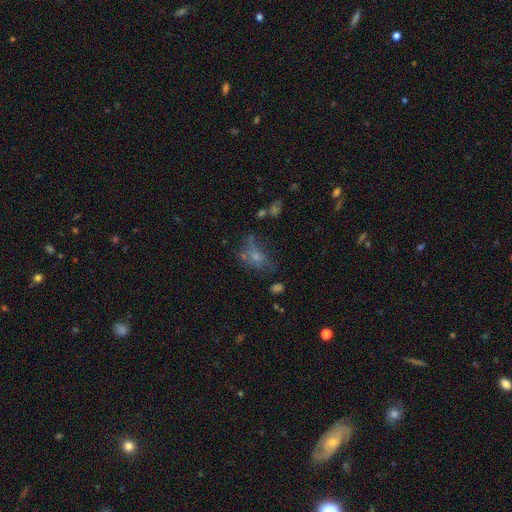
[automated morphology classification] smooth 53%, featured or disk 28%, star or artifact 20%. Down the decision tree: how rounded — in between (72%); merging — none (39%).